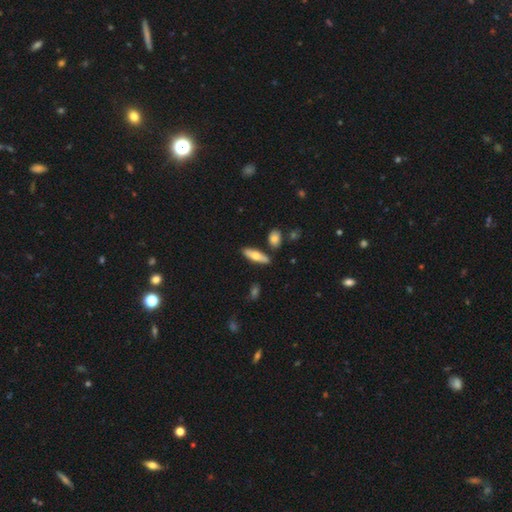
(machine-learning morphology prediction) type=smooth (61%); roundness=cigar-shaped (51%); merging=none (83%).